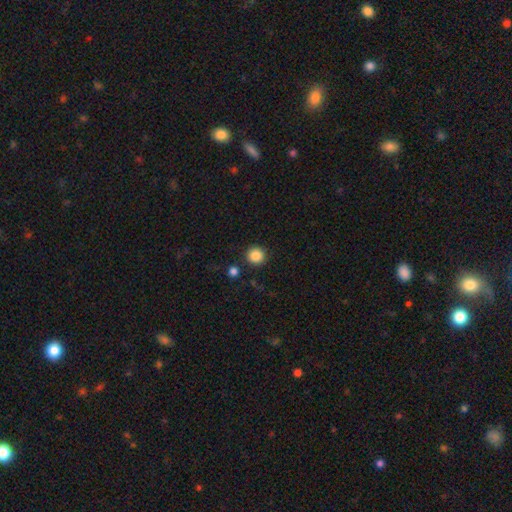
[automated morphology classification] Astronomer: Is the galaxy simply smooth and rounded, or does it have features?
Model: smooth — 86%.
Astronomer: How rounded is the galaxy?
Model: round — 94%.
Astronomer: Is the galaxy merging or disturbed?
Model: none — 88%.